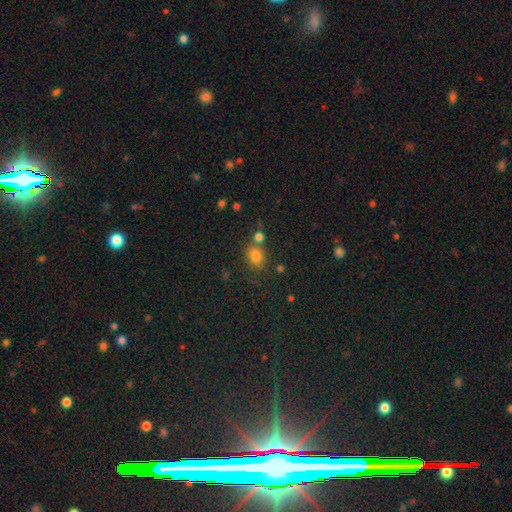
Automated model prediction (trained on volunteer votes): Q: Smooth or featured?
A: smooth (79%); runner-up: star or artifact (14%)
Q: How rounded?
A: round (57%); runner-up: in between (42%)
Q: Merging?
A: none (61%); runner-up: merger (22%)